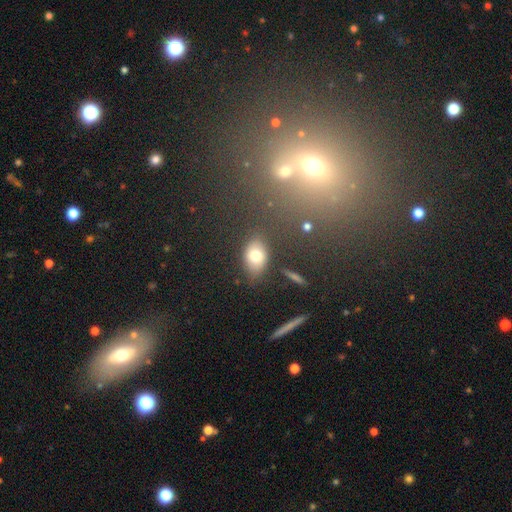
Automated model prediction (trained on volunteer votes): smooth 77%, featured or disk 13%, star or artifact 10%. Down the decision tree: how rounded — in between (78%); merging — none (75%).